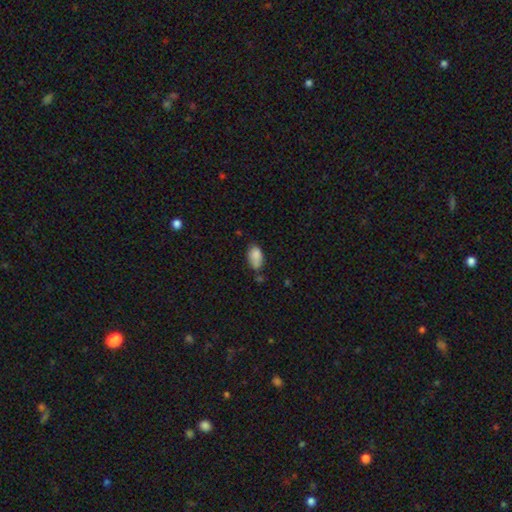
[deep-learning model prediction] Overall: smooth (84%). How rounded: in between (92%). Merging: none (52%; minor disturbance 31%).